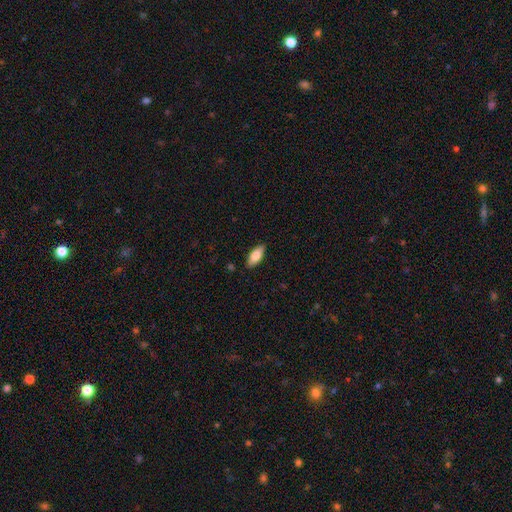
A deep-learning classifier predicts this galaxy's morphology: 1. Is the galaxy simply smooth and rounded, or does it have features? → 78% smooth, 16% featured or disk, 6% star or artifact.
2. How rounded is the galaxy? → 83% in between, 15% cigar-shaped, 2% round.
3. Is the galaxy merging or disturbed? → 87% none, 10% minor disturbance, 2% major disturbance, 1% merger.